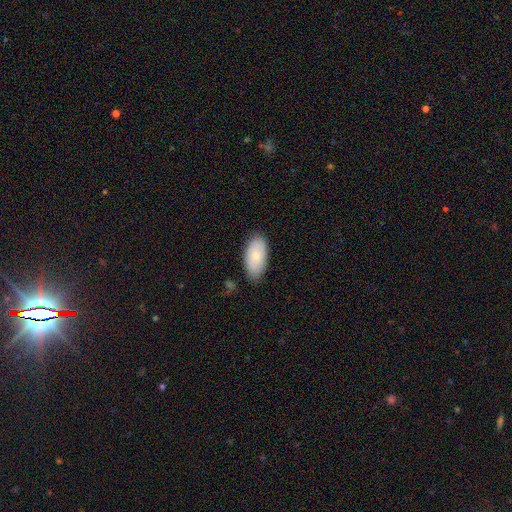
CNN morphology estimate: A smooth galaxy with no disk features (78%) that is in between round and cigar-shaped (94%).

Vote fractions:
- Smooth or featured? smooth: 78% / featured or disk: 16% / star or artifact: 6%
- How rounded? in between: 94% / cigar-shaped: 4% / round: 2%
- Merging? none: 80% / minor disturbance: 16% / major disturbance: 3% / merger: 1%